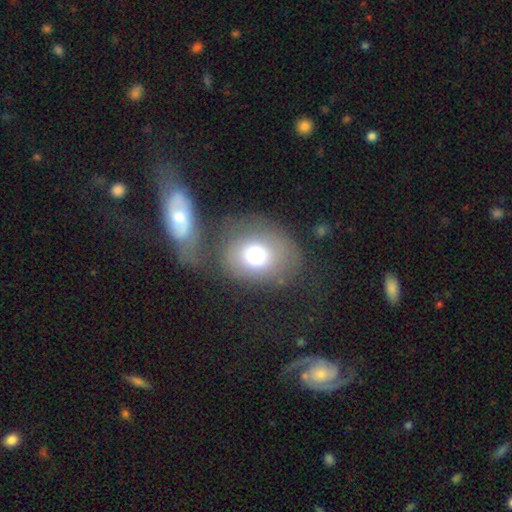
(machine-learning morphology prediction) A smooth galaxy with no disk features (68%) that is round (61%). Merging: none (54%).